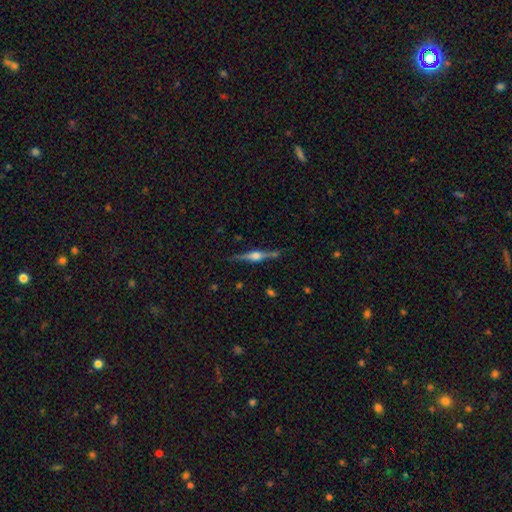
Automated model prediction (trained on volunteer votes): Smooth or featured? featured or disk (81%)
Edge-on disk? yes (98%)
Edge-on bulge? rounded (91%)
Merging? none (85%)